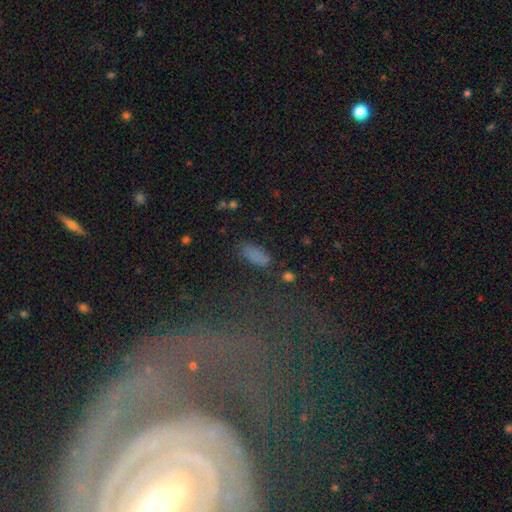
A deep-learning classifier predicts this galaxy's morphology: A smooth galaxy with no disk features (78%) that is in between round and cigar-shaped (82%).

Vote fractions:
- Smooth or featured? smooth: 78% / star or artifact: 15% / featured or disk: 8%
- How rounded? in between: 82% / cigar-shaped: 14% / round: 3%
- Merging? none: 74% / minor disturbance: 17% / major disturbance: 6% / merger: 3%